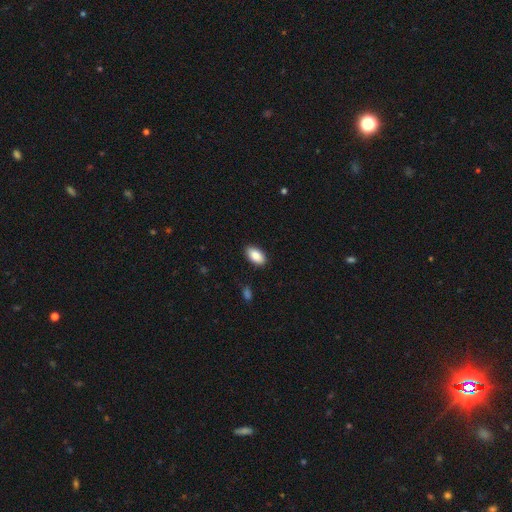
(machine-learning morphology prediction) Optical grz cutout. It shows a smooth galaxy with no disk features (88%) that is in between round and cigar-shaped (94%). Merging: none (89%).